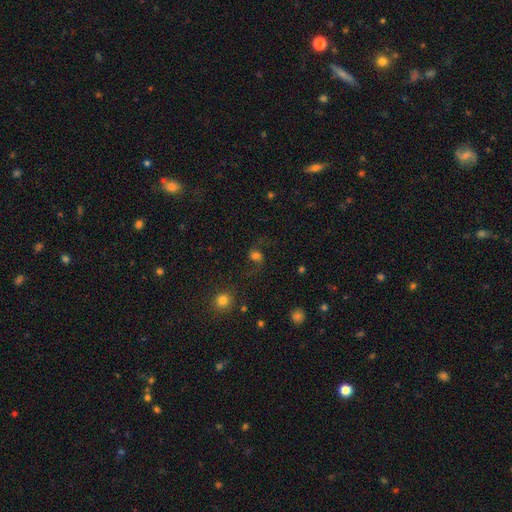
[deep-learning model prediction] This appears to be a featured or disk galaxy (48%). Merging: none (67%).